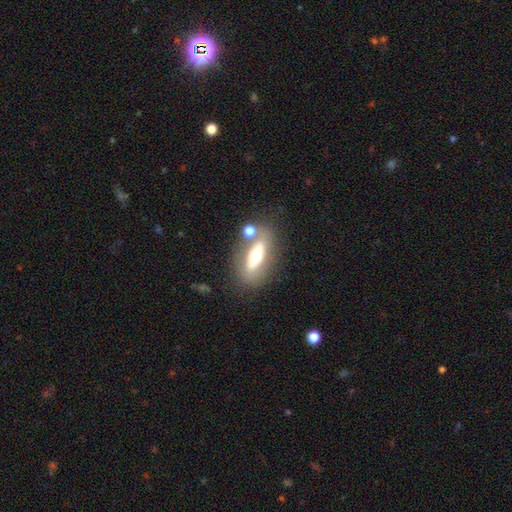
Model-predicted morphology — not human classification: Overall: featured or disk (49%; smooth 43%). Merging: none (64%).